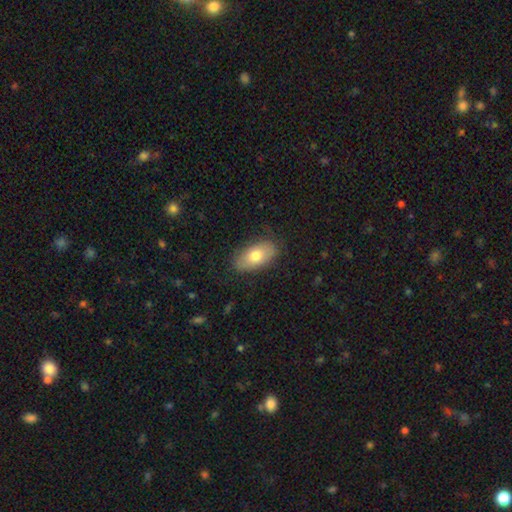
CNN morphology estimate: A smooth galaxy with no disk features (74%) that is in between round and cigar-shaped (92%). Merging: none (83%).